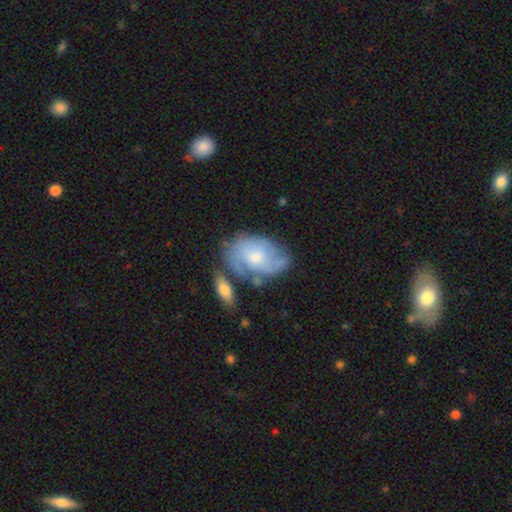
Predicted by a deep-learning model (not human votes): Smooth or featured? Predicted: featured or disk (p=0.61). Edge-on disk? Predicted: no (p=0.95). Bar? Predicted: no (p=0.76). Spiral arms? Predicted: yes (p=0.75). Bulge size? Predicted: small (p=0.54). Merging? Predicted: none (p=0.50).